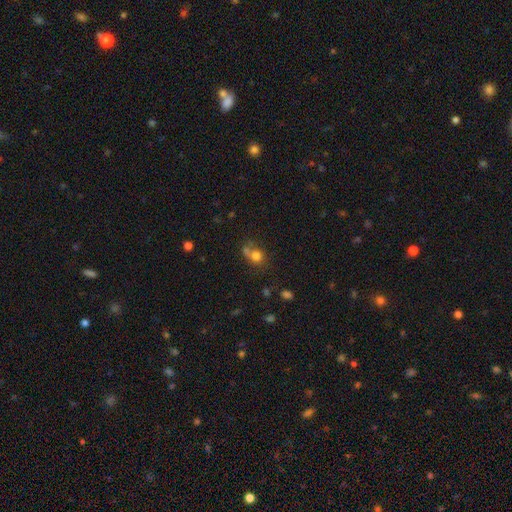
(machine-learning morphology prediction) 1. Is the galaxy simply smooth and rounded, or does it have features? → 76% smooth, 14% star or artifact, 11% featured or disk.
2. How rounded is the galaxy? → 75% round, 23% in between, 1% cigar-shaped.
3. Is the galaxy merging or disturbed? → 45% none, 31% merger, 15% minor disturbance, 9% major disturbance.